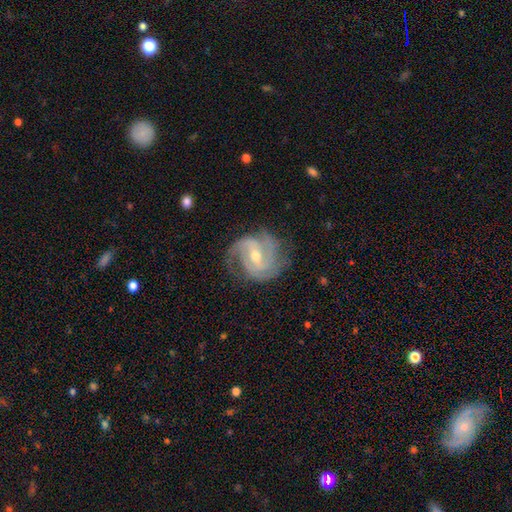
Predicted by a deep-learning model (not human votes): smooth_or_featured: featured or disk (p=0.89) [alt: smooth p=0.06]
disk_edge_on: no (p=0.98) [alt: yes p=0.02]
bar: weak (p=0.49) [alt: strong p=0.30]
has_spiral_arms: yes (p=0.97) [alt: no p=0.03]
spiral_winding: tight (p=0.44) [alt: medium p=0.43]
spiral_arm_count: 2 (p=0.43) [alt: 3 p=0.29]
bulge_size: moderate (p=0.58) [alt: small p=0.39]
merging: none (p=0.70) [alt: minor disturbance p=0.19]